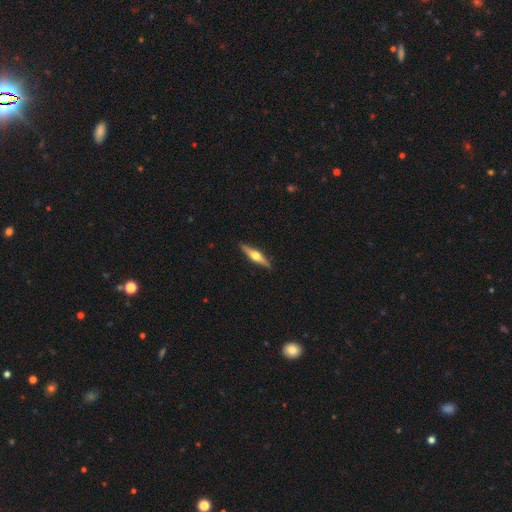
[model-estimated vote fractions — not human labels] Smooth or featured? featured or disk (65%)
Edge-on disk? yes (96%)
Edge-on bulge? rounded (94%)
Merging? none (90%)